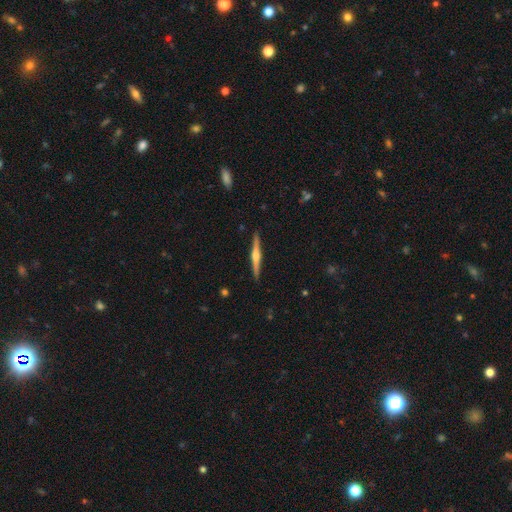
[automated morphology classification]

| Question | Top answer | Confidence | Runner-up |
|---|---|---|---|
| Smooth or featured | featured or disk | 74% | smooth (20%) |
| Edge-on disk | yes | 98% | no (2%) |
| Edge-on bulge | rounded | 89% | boxy (6%) |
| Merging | none | 92% | minor disturbance (6%) |